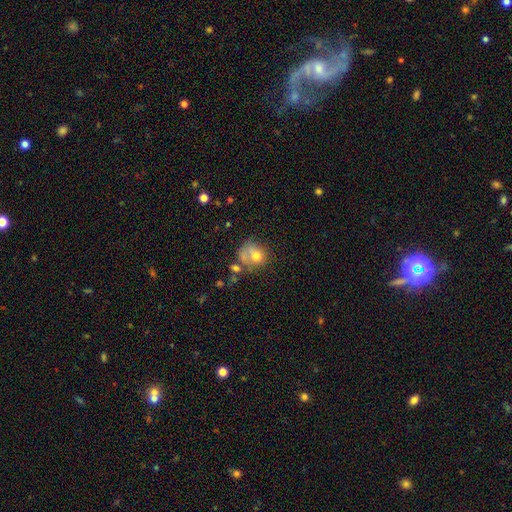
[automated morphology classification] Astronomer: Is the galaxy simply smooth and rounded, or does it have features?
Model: smooth — 67%.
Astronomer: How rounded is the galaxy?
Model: round — 68%.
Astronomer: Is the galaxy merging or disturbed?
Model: none — 32% (runner-up: merger, 27%).